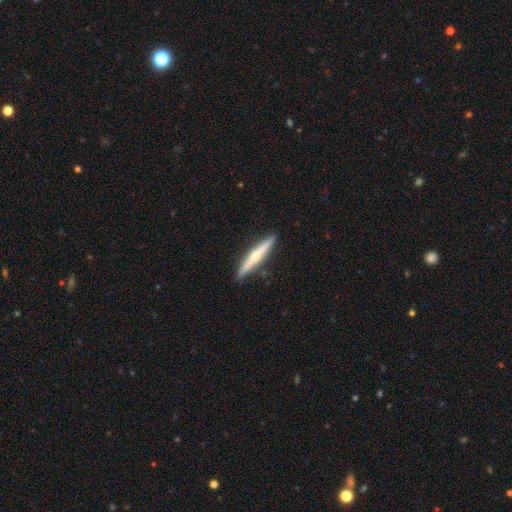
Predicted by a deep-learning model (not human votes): featured or disk 61%, smooth 34%, star or artifact 5%. Down the decision tree: edge-on disk — yes (97%); edge-on bulge — rounded (80%); merging — none (90%).